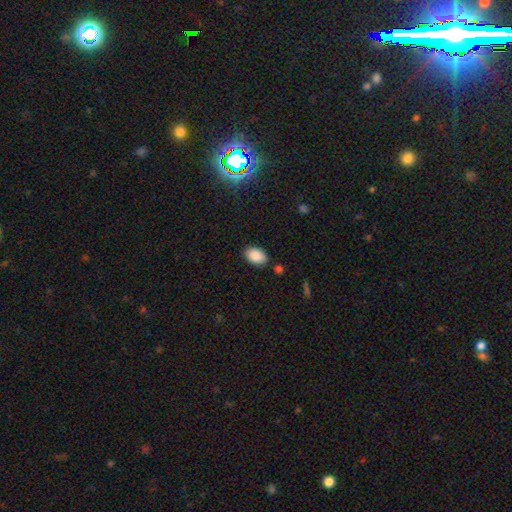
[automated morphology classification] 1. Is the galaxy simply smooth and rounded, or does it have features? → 89% smooth, 8% star or artifact, 4% featured or disk.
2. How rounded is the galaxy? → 89% in between, 10% round, 1% cigar-shaped.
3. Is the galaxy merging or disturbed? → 84% none, 11% minor disturbance, 3% merger, 3% major disturbance.